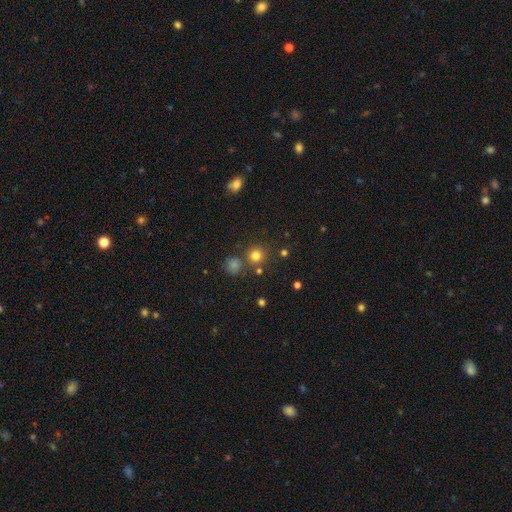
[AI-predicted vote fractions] Smooth or featured?
  - smooth: 77% *
  - star or artifact: 17%
  - featured or disk: 6%
How rounded?
  - round: 92% *
  - in between: 7%
  - cigar-shaped: 1%
Merging?
  - none: 79% *
  - merger: 10%
  - minor disturbance: 8%
  - major disturbance: 3%